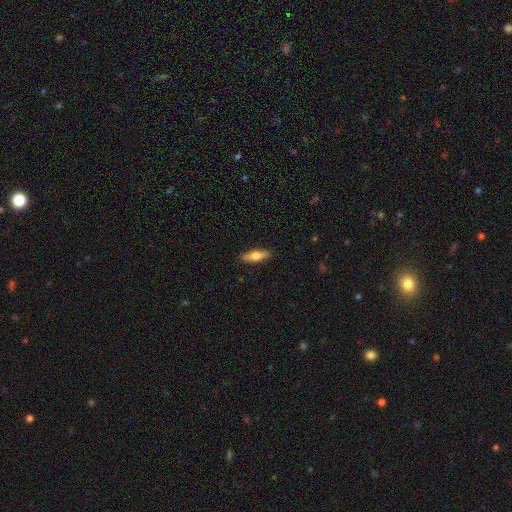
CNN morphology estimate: This is possibly a smooth galaxy (60%). How rounded: possibly cigar-shaped (57%). Merging: clearly none (90%).